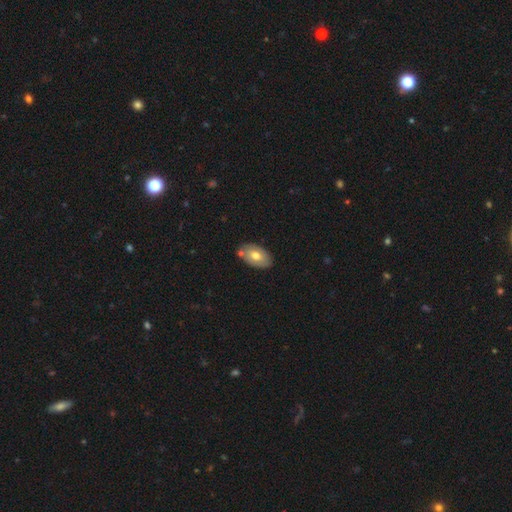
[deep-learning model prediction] Q: Smooth or featured?
A: smooth (67%); runner-up: featured or disk (27%)
Q: How rounded?
A: in between (92%); runner-up: round (7%)
Q: Merging?
A: none (74%); runner-up: minor disturbance (14%)